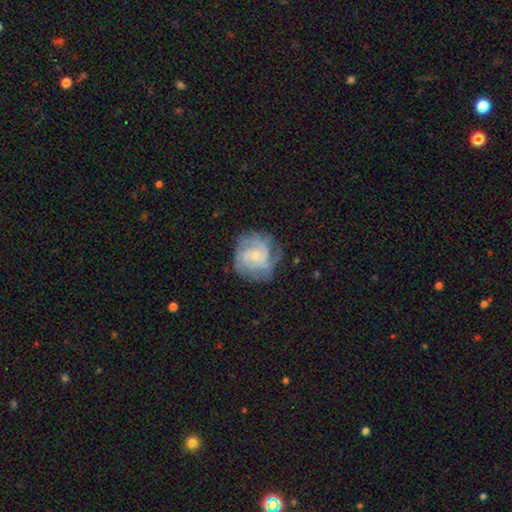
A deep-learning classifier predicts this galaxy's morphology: The model was most divided on "spiral arm count": 3: 34%, can't tell: 23%, 2: 17%, 4: 14%, more than 4: 6%, 1: 6%. More confident: edge-on disk — no (98%); spiral arms — yes (96%); smooth or featured — featured or disk (82%); bulge size — small (75%); merging — none (73%); bar — no (71%); spiral winding — tight (58%).